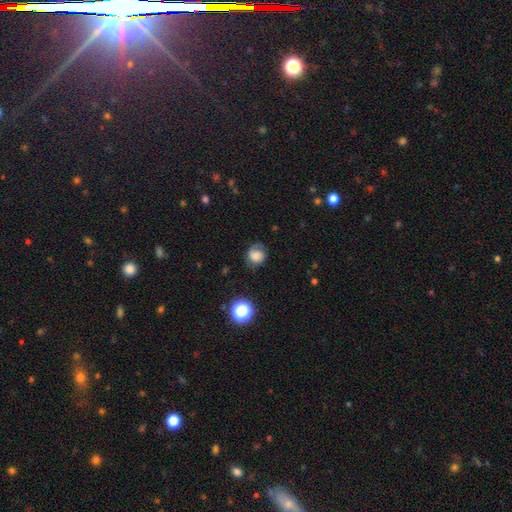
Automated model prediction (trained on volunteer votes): smooth 69%, featured or disk 19%, star or artifact 12%. Down the decision tree: how rounded — round (75%); merging — none (59%).